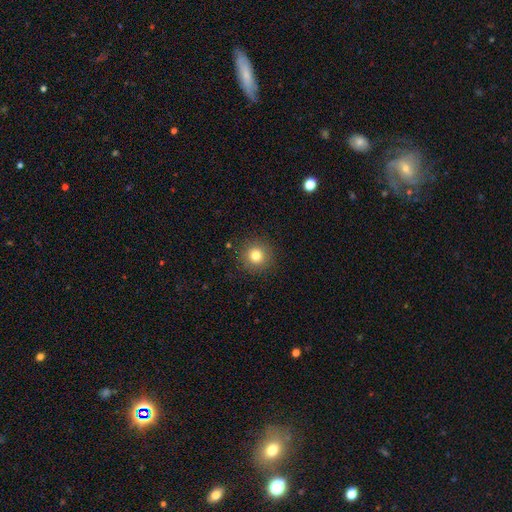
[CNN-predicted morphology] Smooth or featured?
  - smooth: 80% *
  - star or artifact: 13%
  - featured or disk: 8%
How rounded?
  - round: 94% *
  - in between: 5%
  - cigar-shaped: 1%
Merging?
  - none: 90% *
  - minor disturbance: 6%
  - major disturbance: 2%
  - merger: 1%